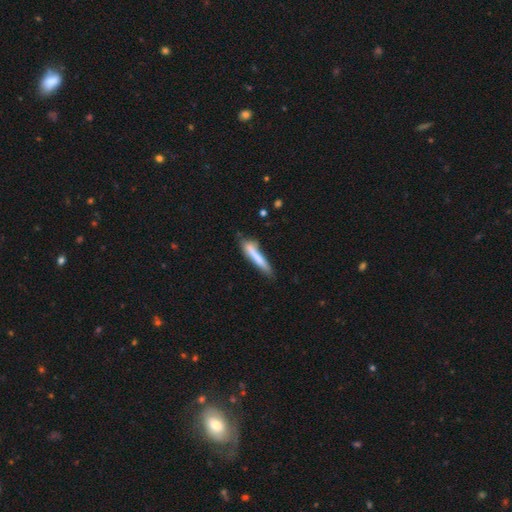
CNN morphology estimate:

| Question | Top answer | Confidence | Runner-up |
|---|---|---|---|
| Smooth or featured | smooth | 72% | featured or disk (21%) |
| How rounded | cigar-shaped | 92% | in between (7%) |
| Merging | none | 62% | minor disturbance (25%) |